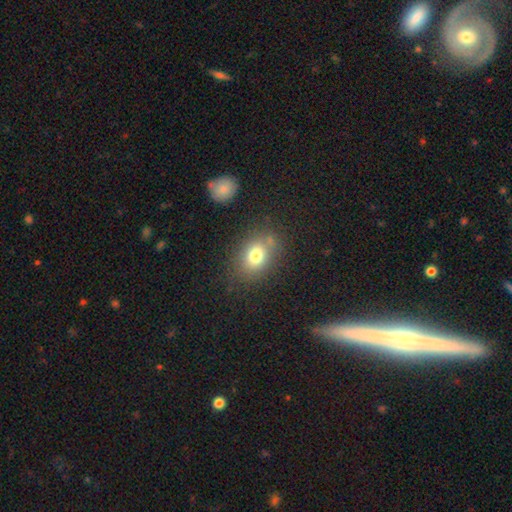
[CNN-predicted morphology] type=smooth (76%); roundness=in between (65%); merging=none (74%).